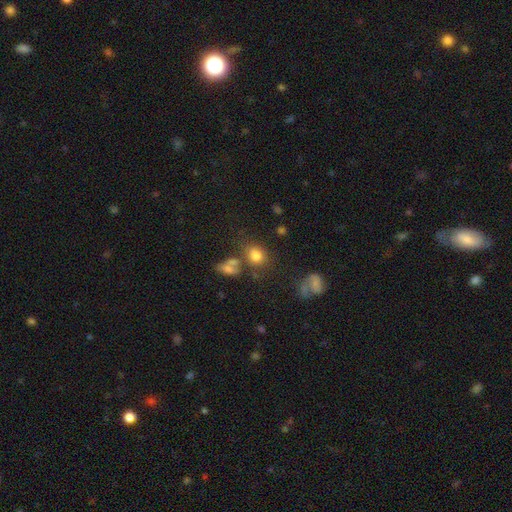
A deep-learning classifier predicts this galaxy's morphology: type=smooth (77%); roundness=round (57%); merging=none (58%).